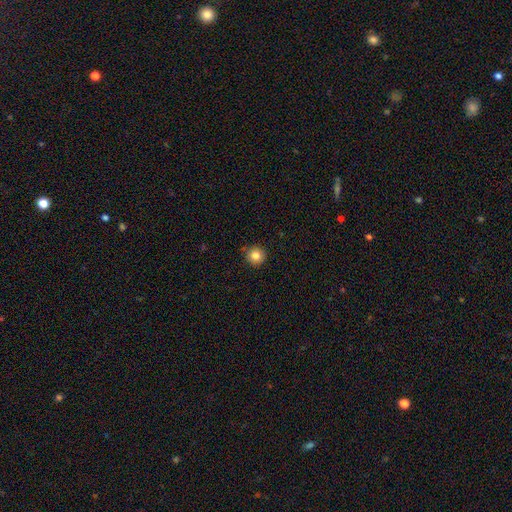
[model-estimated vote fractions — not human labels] Smooth or featured? smooth (83%)
How rounded? round (94%)
Merging? none (87%)